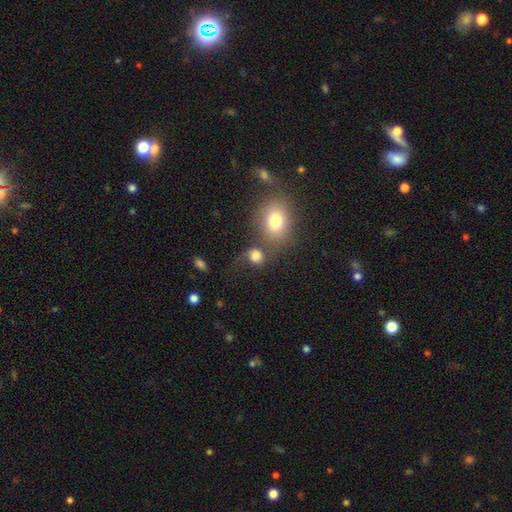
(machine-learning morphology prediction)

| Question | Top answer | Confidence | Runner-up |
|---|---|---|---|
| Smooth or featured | smooth | 72% | featured or disk (15%) |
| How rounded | round | 63% | in between (36%) |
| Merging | none | 37% | merger (27%) |